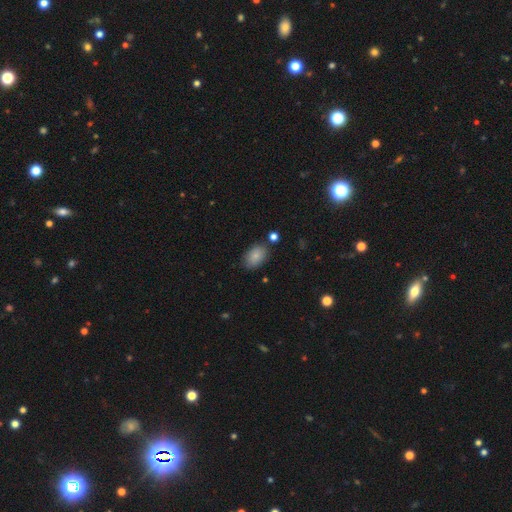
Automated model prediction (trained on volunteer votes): This appears to be a smooth galaxy with no disk features (83%) that is in between round and cigar-shaped (87%). Merging: none (78%).